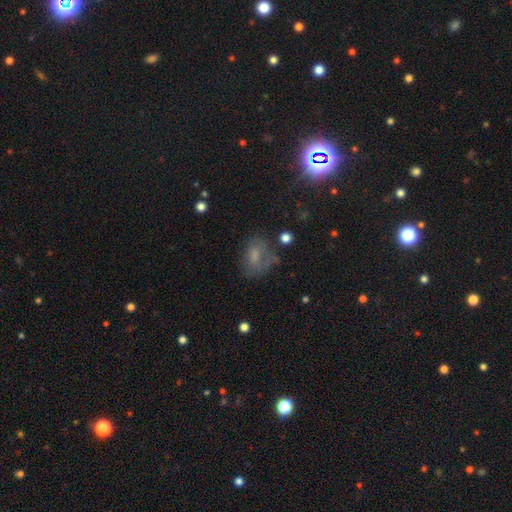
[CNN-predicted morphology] This is possibly a smooth galaxy (56%). How rounded: likely in between (74%). Merging: possibly none (45%).